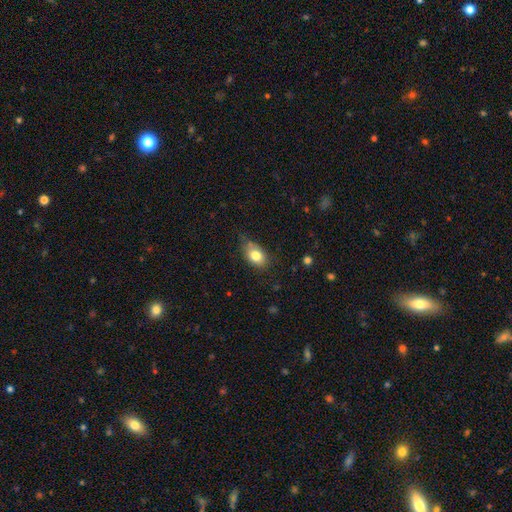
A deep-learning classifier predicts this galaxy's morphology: Smooth or featured? smooth (80%)
How rounded? in between (82%)
Merging? none (58%)